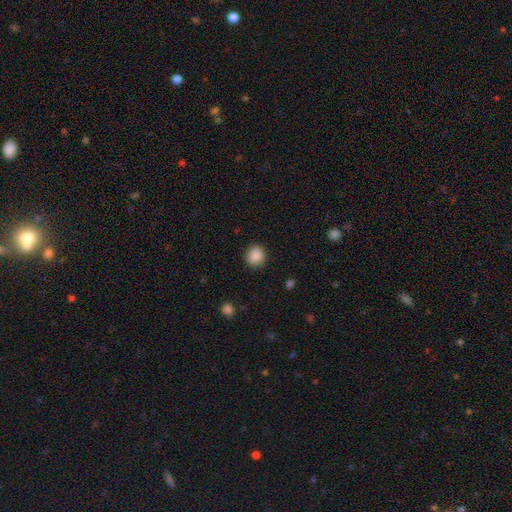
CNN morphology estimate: smooth-or-featured: smooth: 88% | star or artifact: 9% | featured or disk: 3%
  how-rounded: round: 89% | in between: 10% | cigar-shaped: 1%
  merging: none: 90% | minor disturbance: 7% | major disturbance: 2% | merger: 1%